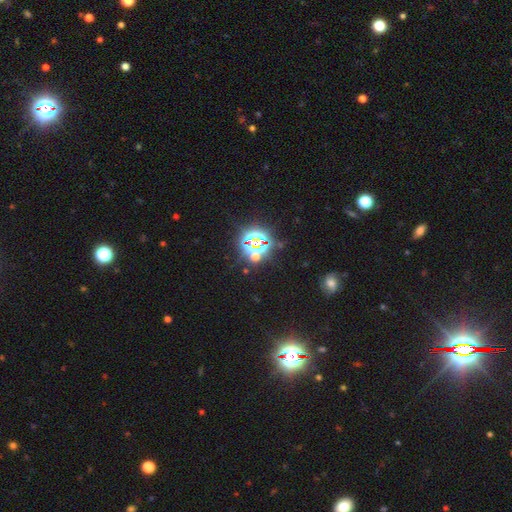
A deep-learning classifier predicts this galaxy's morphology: A star or artifact, not a galaxy (78%).